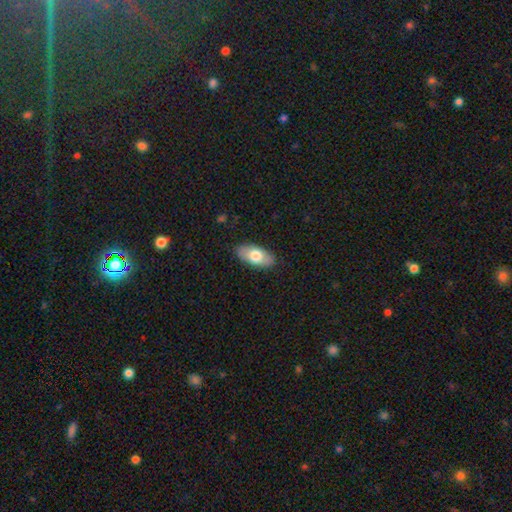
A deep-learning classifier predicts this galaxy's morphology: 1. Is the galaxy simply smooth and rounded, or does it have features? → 72% smooth, 22% featured or disk, 6% star or artifact.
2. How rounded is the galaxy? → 91% in between, 6% cigar-shaped, 3% round.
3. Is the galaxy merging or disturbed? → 87% none, 10% minor disturbance, 2% major disturbance, 1% merger.